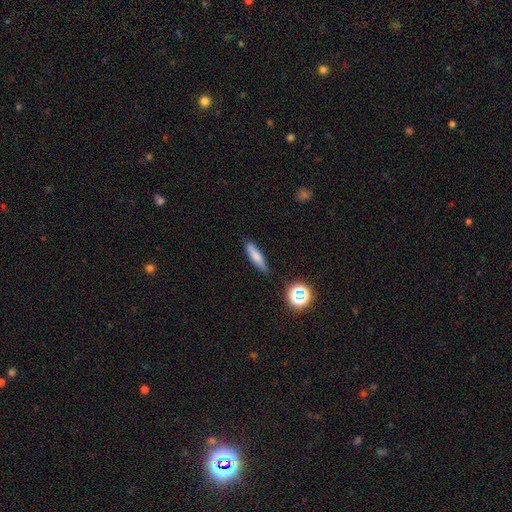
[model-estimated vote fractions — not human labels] Smooth or featured: smooth — 72% (featured or disk — 18%)
How rounded: cigar-shaped — 77% (in between — 20%)
Merging: none — 80% (minor disturbance — 15%)